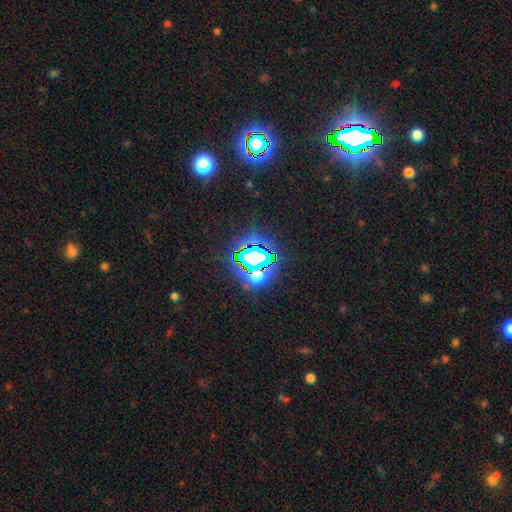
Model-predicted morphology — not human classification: This is likely a star or artifact rather than a galaxy (74%).